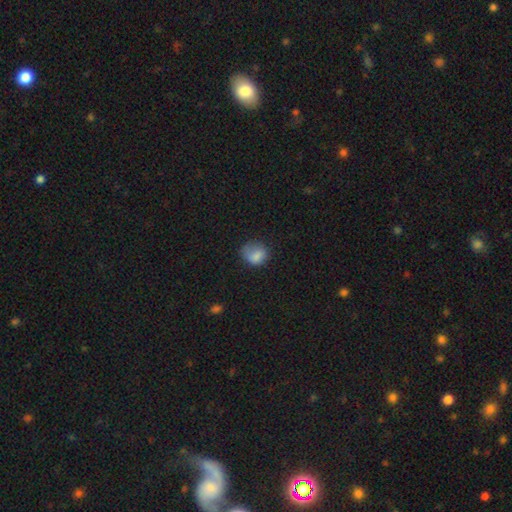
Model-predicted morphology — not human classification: This appears to be a smooth galaxy with no disk features (80%) that is round (60%). Merging: none (49%).